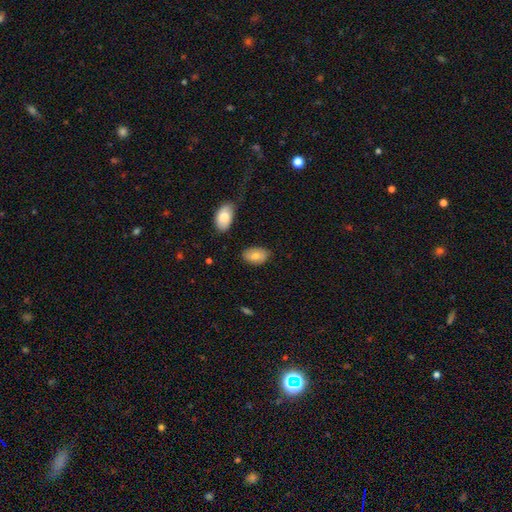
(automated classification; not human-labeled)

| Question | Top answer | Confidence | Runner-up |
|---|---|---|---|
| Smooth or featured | smooth | 78% | featured or disk (15%) |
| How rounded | in between | 92% | round (6%) |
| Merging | none | 81% | minor disturbance (14%) |